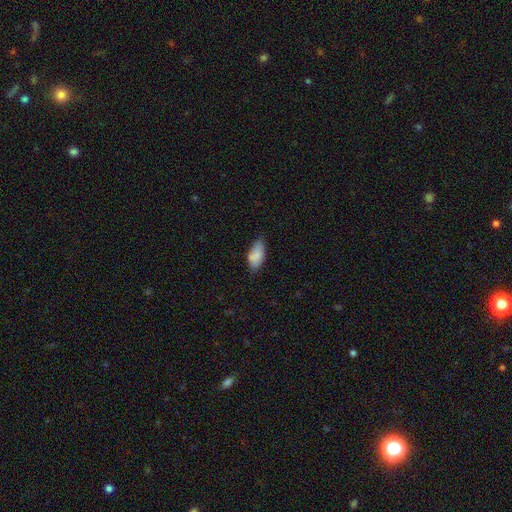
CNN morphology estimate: A smooth galaxy with no disk features (84%) that is in between round and cigar-shaped (91%). Merging: none (62%).